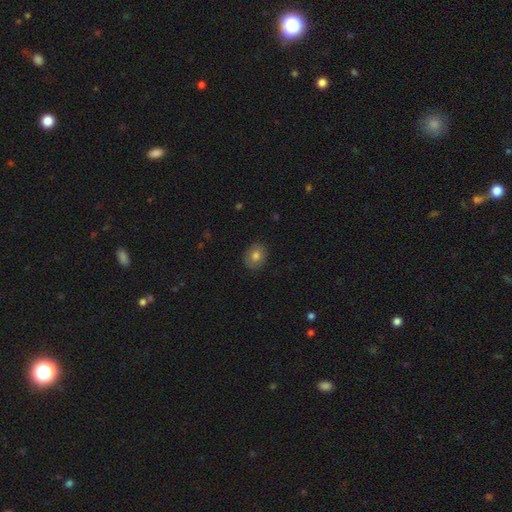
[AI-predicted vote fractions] Smooth or featured?
  - smooth: 78% *
  - featured or disk: 13%
  - star or artifact: 9%
How rounded?
  - round: 60% *
  - in between: 39%
  - cigar-shaped: 1%
Merging?
  - none: 87% *
  - minor disturbance: 10%
  - major disturbance: 2%
  - merger: 1%